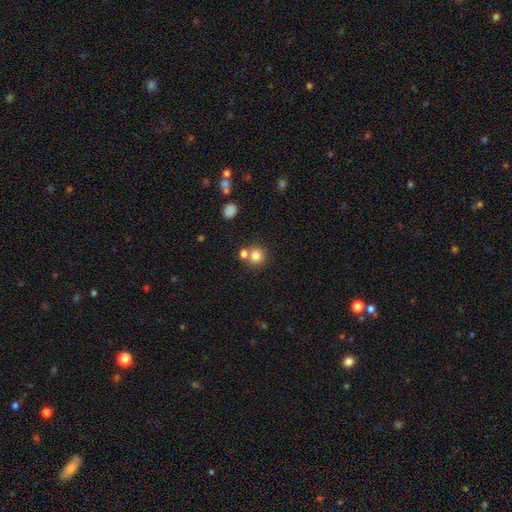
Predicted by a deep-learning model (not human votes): Q: Smooth or featured?
A: smooth (80%); runner-up: star or artifact (12%)
Q: How rounded?
A: round (89%); runner-up: in between (10%)
Q: Merging?
A: none (61%); runner-up: merger (29%)